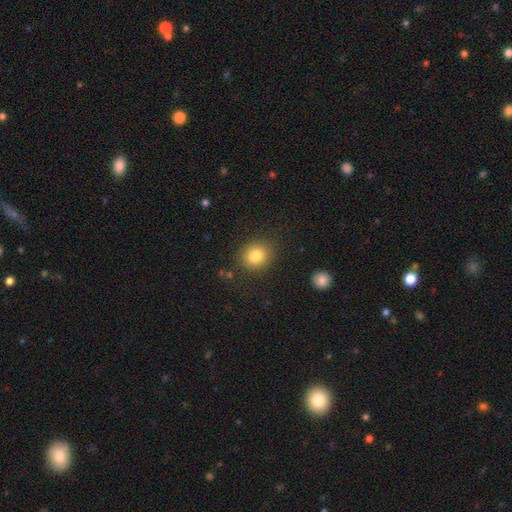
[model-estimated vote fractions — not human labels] Smooth or featured?
  - smooth: 83% *
  - star or artifact: 10%
  - featured or disk: 7%
How rounded?
  - round: 72% *
  - in between: 27%
  - cigar-shaped: 1%
Merging?
  - none: 85% *
  - minor disturbance: 9%
  - major disturbance: 4%
  - merger: 2%